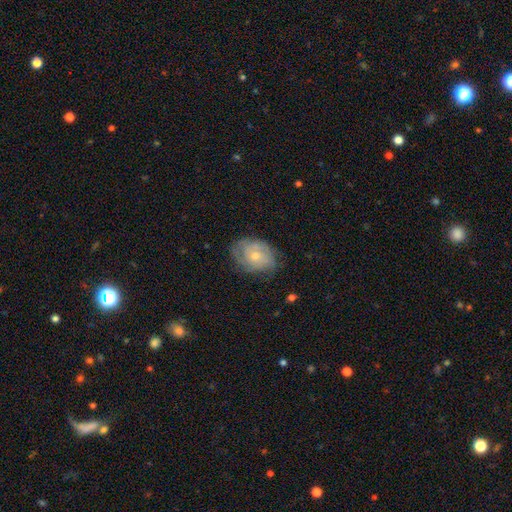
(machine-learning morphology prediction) A featured or disk galaxy (60%) with no bar (80%), spiral arms (80%) and a small central bulge (48%). Merging: none (67%).